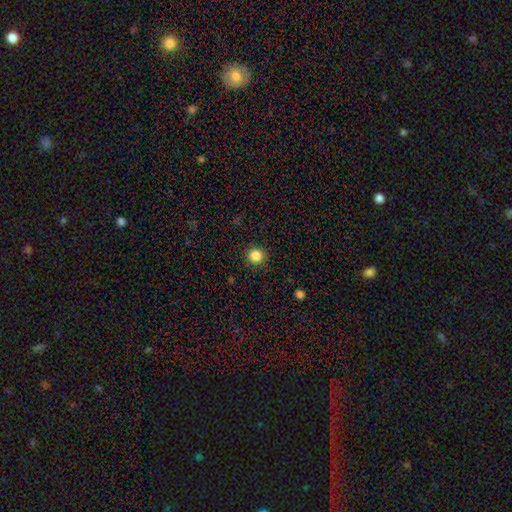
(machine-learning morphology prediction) Smooth or featured: smooth — 85% (star or artifact — 11%)
How rounded: round — 94% (in between — 5%)
Merging: none — 92% (minor disturbance — 5%)